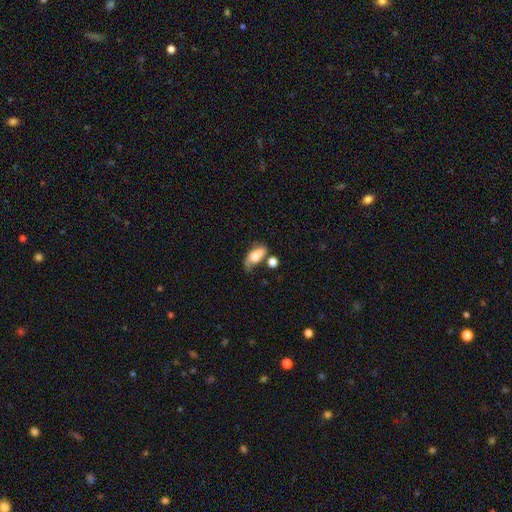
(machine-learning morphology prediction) Overall: smooth (62%; featured or disk 30%). How rounded: in between (86%). Merging: none (37%; minor disturbance 27%).